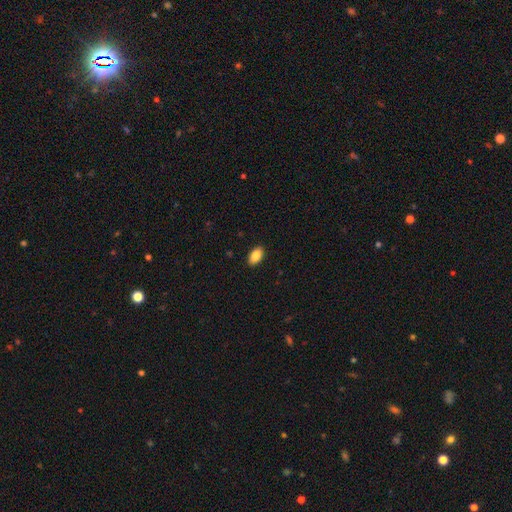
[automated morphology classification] A smooth galaxy with no disk features (87%) that is in between round and cigar-shaped (93%).

Vote fractions:
- Smooth or featured? smooth: 87% / star or artifact: 7% / featured or disk: 6%
- How rounded? in between: 93% / round: 6% / cigar-shaped: 2%
- Merging? none: 90% / minor disturbance: 7% / major disturbance: 2% / merger: 1%